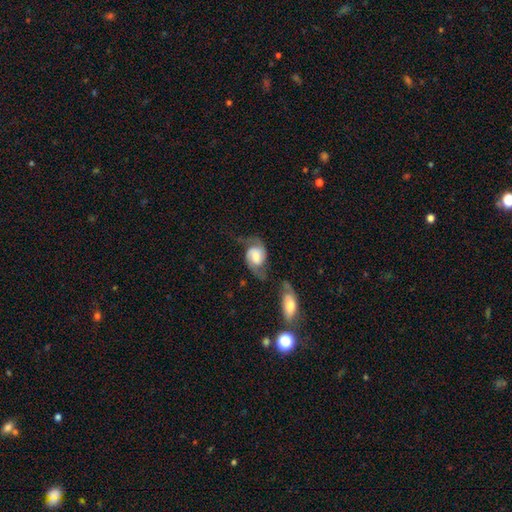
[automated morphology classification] A featured or disk galaxy (76%) with no bar (44%), 2 (89%) loose (42%, tied with medium) spiral arms (93%) and a large central bulge (35%). Merging: none (43%).